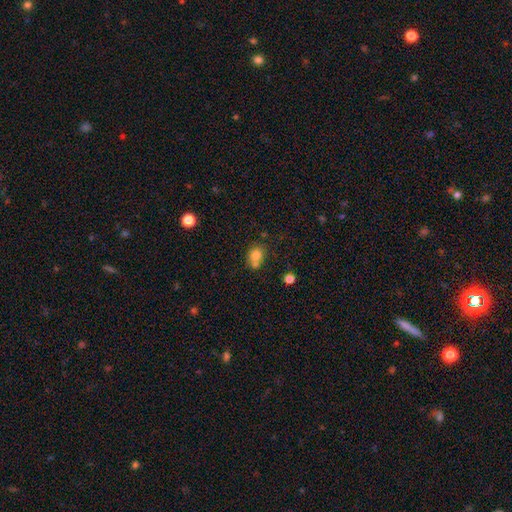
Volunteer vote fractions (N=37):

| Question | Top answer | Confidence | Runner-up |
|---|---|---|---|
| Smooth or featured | smooth | 78% | featured or disk (14%) |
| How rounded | round | 59% | in between (38%) |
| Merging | merger | 44% | none (38%) |